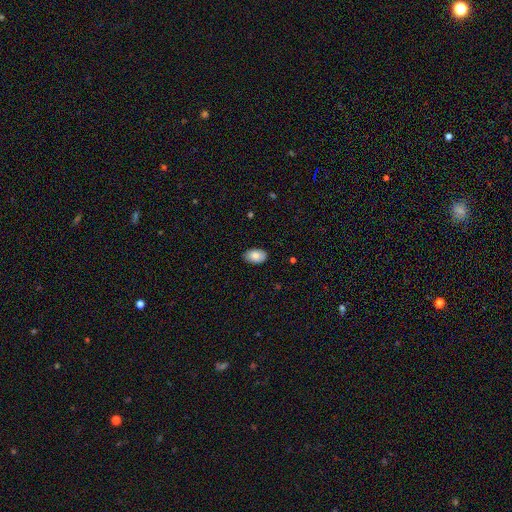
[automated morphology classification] Smooth or featured?
  - smooth: 85% *
  - featured or disk: 9%
  - star or artifact: 7%
How rounded?
  - in between: 92% *
  - round: 7%
  - cigar-shaped: 1%
Merging?
  - none: 85% *
  - minor disturbance: 12%
  - major disturbance: 2%
  - merger: 1%